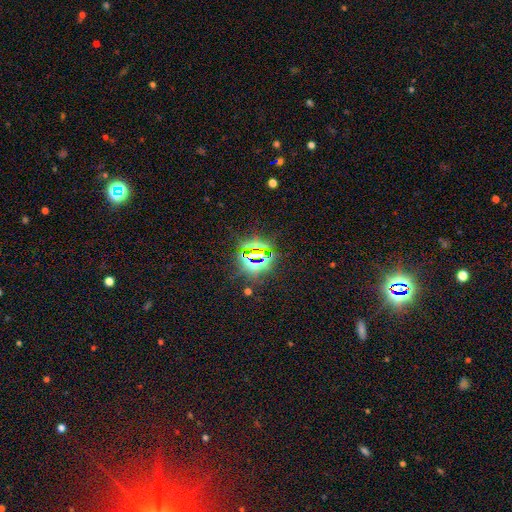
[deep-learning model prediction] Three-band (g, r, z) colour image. It shows a star or artifact, not a galaxy (79%).